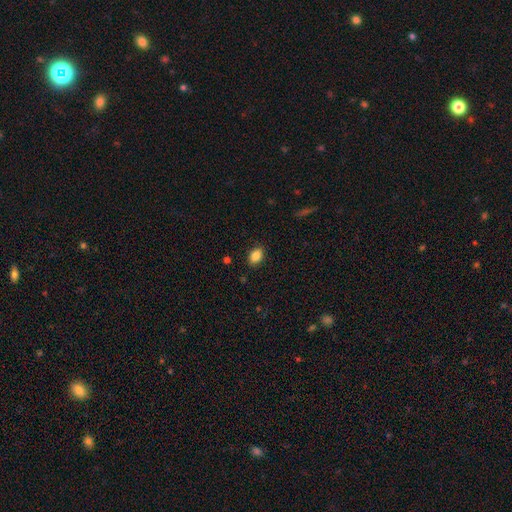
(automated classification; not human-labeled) smooth 86%, star or artifact 9%, featured or disk 5%. Down the decision tree: how rounded — in between (84%); merging — none (87%).